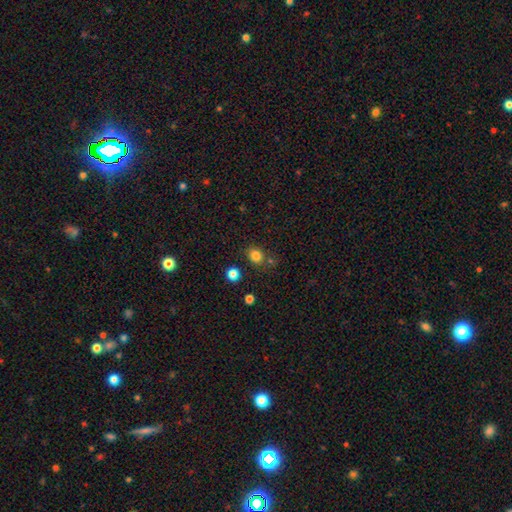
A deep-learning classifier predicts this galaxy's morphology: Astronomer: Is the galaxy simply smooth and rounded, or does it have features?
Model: smooth — 82%.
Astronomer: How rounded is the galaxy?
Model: round — 68%.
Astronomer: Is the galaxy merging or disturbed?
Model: none — 77%.